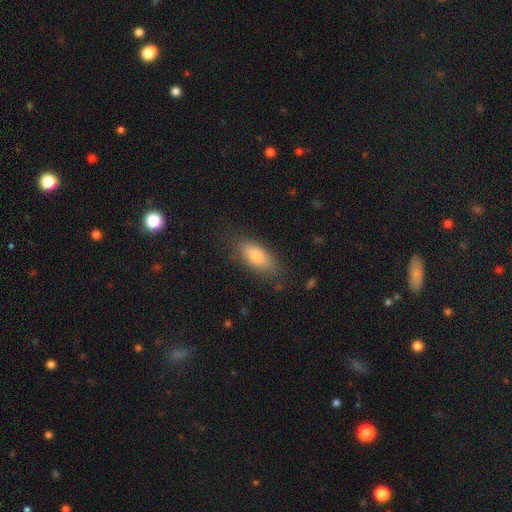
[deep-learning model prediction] smooth_or_featured: smooth (p=0.79) [alt: featured or disk p=0.14]
how_rounded: in between (p=0.81) [alt: cigar-shaped p=0.16]
merging: none (p=0.77) [alt: minor disturbance p=0.16]